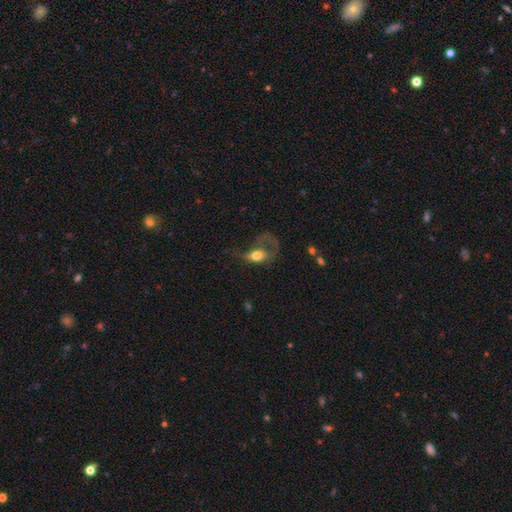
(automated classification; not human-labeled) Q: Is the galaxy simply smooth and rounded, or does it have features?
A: smooth — 58%.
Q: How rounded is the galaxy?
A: in between — 73%.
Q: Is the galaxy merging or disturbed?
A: major disturbance — 66%.